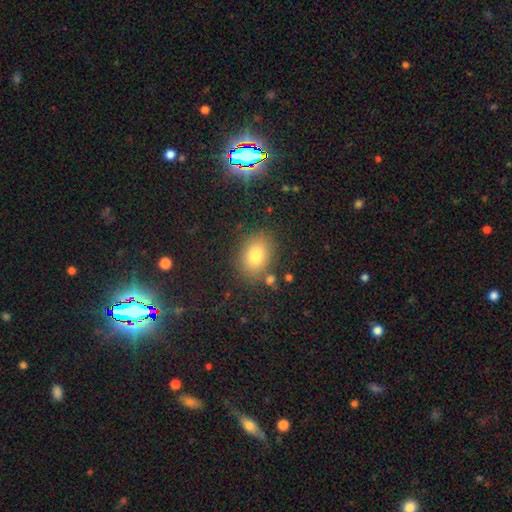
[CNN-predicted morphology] type=smooth (79%); roundness=in between (63%); merging=none (80%).